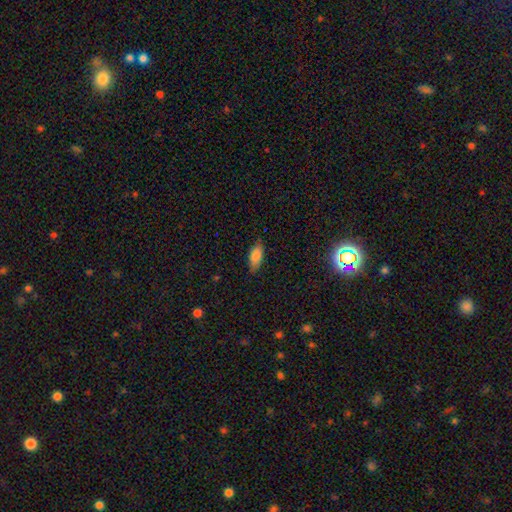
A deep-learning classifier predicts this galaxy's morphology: A smooth galaxy with no disk features (84%) that is in between round and cigar-shaped (85%). Merging: none (82%).